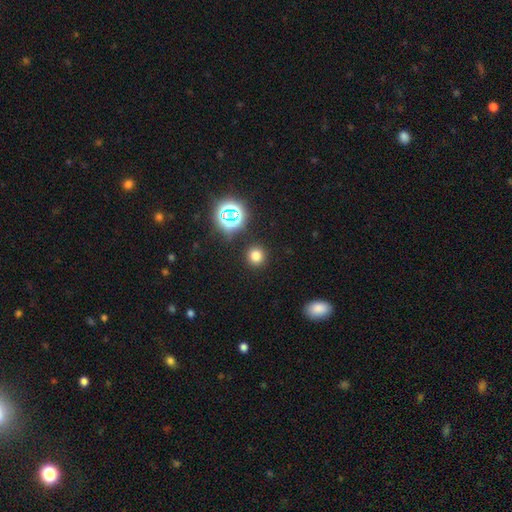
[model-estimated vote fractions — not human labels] Smooth or featured? smooth (74%)
How rounded? round (91%)
Merging? none (90%)